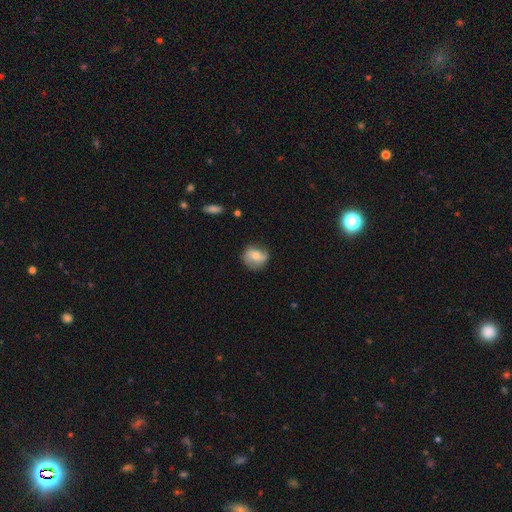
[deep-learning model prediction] Q: Smooth or featured?
A: smooth (54%); runner-up: featured or disk (38%)
Q: How rounded?
A: round (72%); runner-up: in between (26%)
Q: Merging?
A: none (70%); runner-up: minor disturbance (22%)